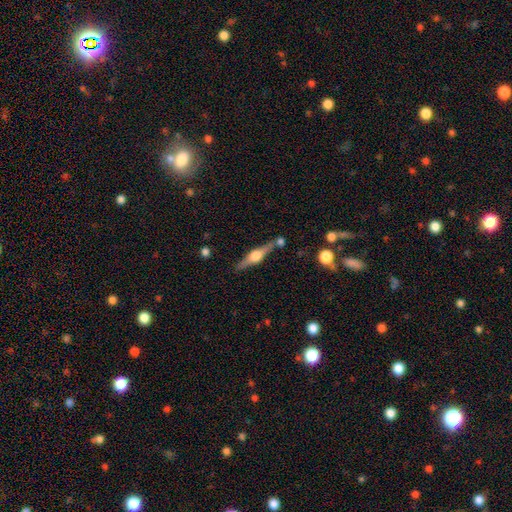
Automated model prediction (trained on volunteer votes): Morphology: type=featured or disk (74%); edge-on=yes (97%); edge-on bulge=rounded (93%); merging=none (77%).